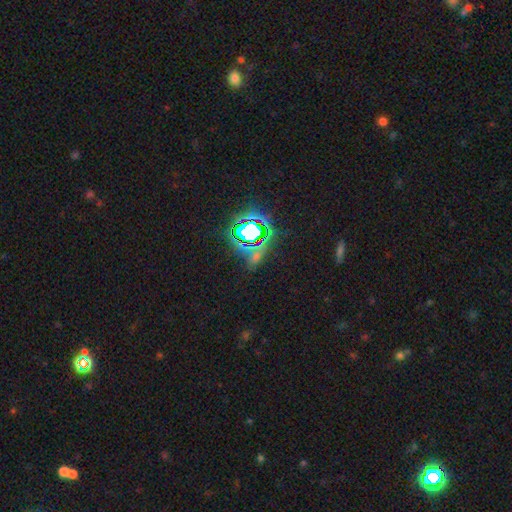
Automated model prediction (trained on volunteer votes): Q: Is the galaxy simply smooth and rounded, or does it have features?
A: star or artifact — 70%.